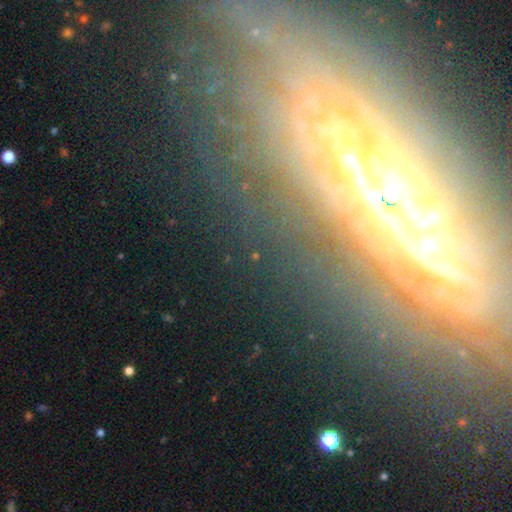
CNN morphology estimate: This is possibly a star or artifact rather than a galaxy (55%).